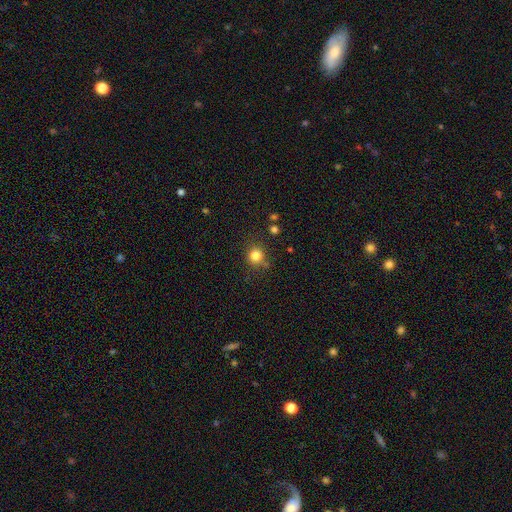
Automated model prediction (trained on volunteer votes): smooth_or_featured: smooth (p=0.81) [alt: star or artifact p=0.13]
how_rounded: round (p=0.87) [alt: in between p=0.12]
merging: none (p=0.79) [alt: minor disturbance p=0.13]